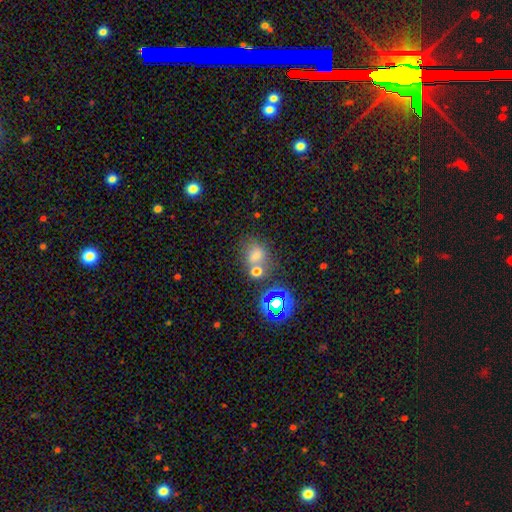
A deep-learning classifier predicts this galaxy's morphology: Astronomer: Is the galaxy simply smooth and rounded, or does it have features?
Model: smooth — 62%.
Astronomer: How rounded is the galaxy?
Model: in between — 50% (runner-up: round, 48%).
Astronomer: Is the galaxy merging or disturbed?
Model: none — 51% (runner-up: merger, 27%).